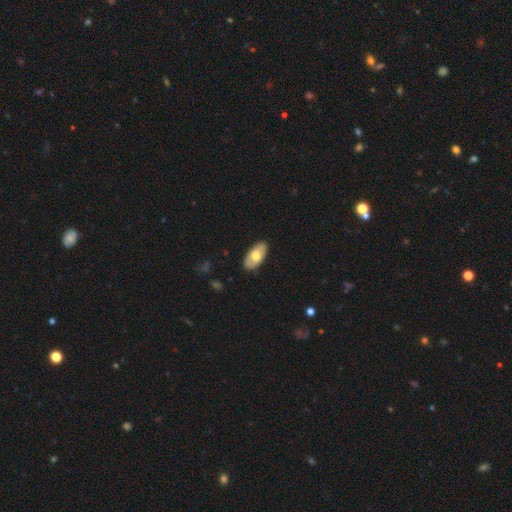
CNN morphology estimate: Smooth or featured: smooth — 63% (featured or disk — 31%)
How rounded: in between — 94% (cigar-shaped — 4%)
Merging: none — 87% (minor disturbance — 10%)